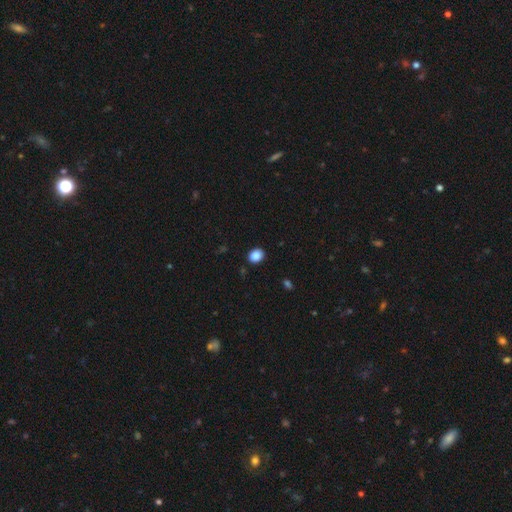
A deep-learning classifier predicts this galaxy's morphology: Overall: smooth (88%). How rounded: round (60%; in between 40%). Merging: none (90%).